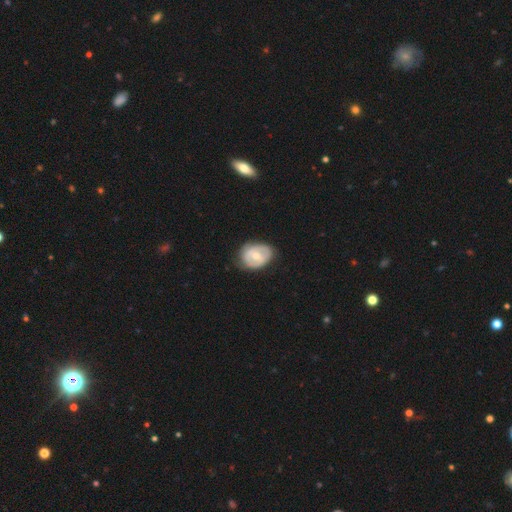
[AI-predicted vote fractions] Smooth or featured?
  - featured or disk: 52% *
  - smooth: 43%
  - star or artifact: 5%
Edge-on disk?
  - no: 96% *
  - yes: 4%
Merging?
  - none: 68% *
  - minor disturbance: 25%
  - major disturbance: 6%
  - merger: 1%